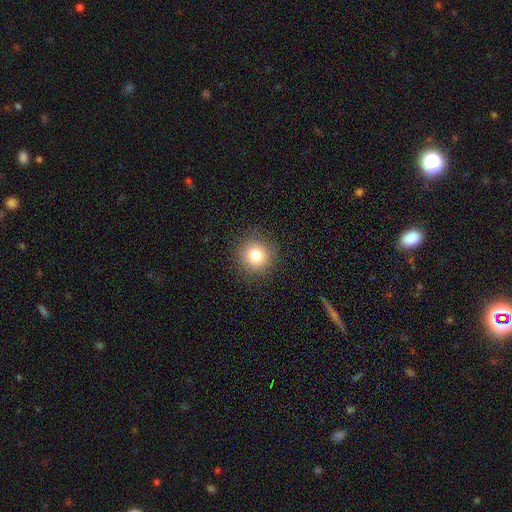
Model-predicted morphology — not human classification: A smooth galaxy with no disk features (80%) that is round (93%). Merging: none (90%).